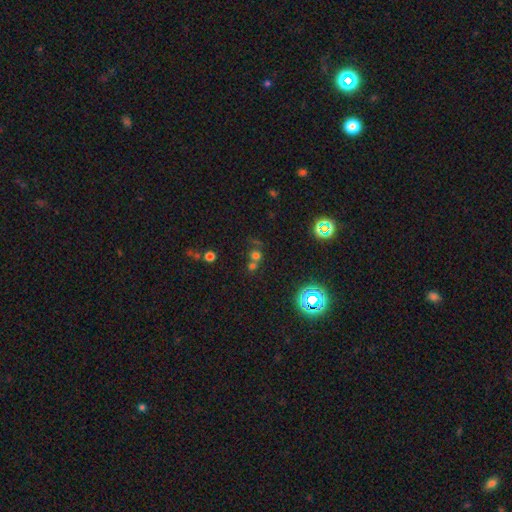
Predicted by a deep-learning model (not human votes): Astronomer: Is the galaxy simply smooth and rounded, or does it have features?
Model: smooth — 54% (runner-up: star or artifact, 33%).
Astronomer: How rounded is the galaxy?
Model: round — 83%.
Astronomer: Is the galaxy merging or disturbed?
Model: merger — 46% (runner-up: none, 41%).